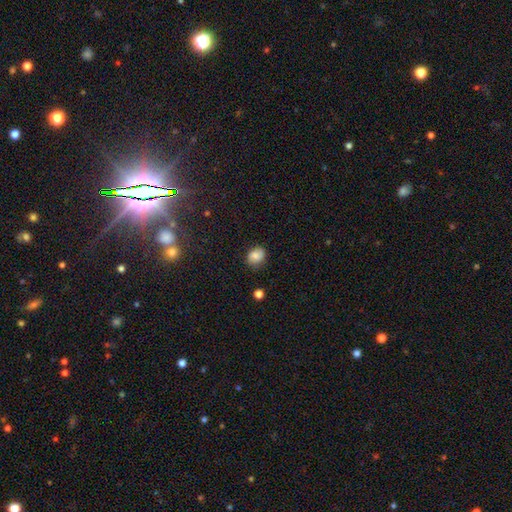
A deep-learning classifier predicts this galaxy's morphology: Overall: smooth (78%). How rounded: in between (51%; round 48%). Merging: none (80%).